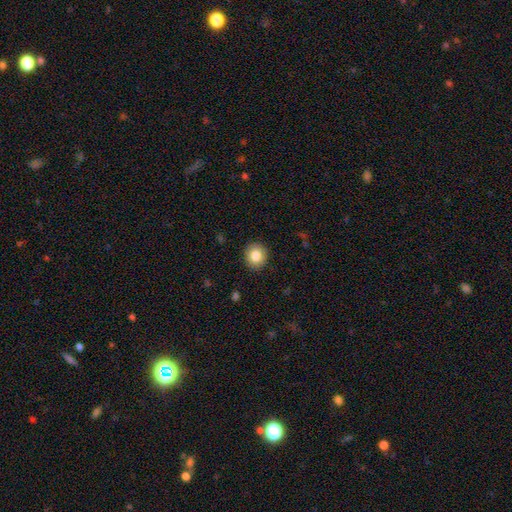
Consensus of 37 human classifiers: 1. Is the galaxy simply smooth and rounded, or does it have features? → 86% smooth, 8% featured or disk, 5% star or artifact.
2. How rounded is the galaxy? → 91% round, 9% in between, 0% cigar-shaped.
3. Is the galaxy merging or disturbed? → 86% none, 11% minor disturbance, 3% merger, 0% major disturbance.